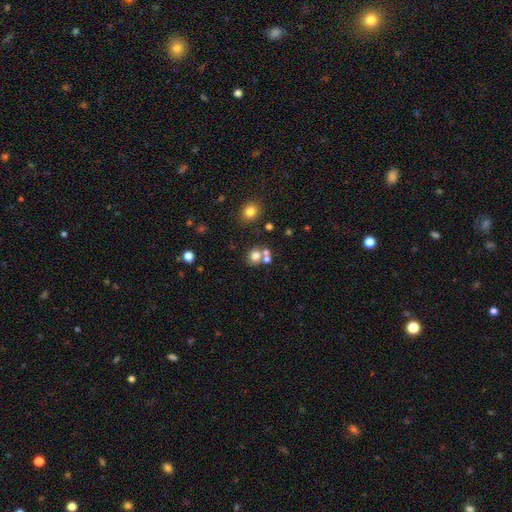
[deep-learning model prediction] smooth_or_featured: smooth (p=0.73) [alt: star or artifact p=0.15]
how_rounded: round (p=0.80) [alt: in between p=0.19]
merging: none (p=0.55) [alt: merger p=0.32]